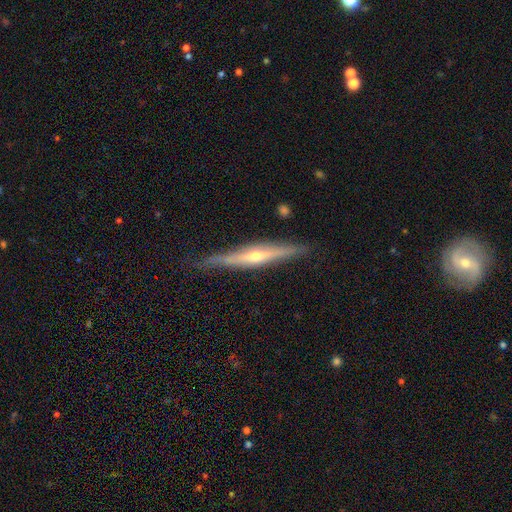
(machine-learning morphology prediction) Smooth or featured? featured or disk (75%)
Edge-on disk? yes (97%)
Edge-on bulge? rounded (81%)
Merging? none (86%)